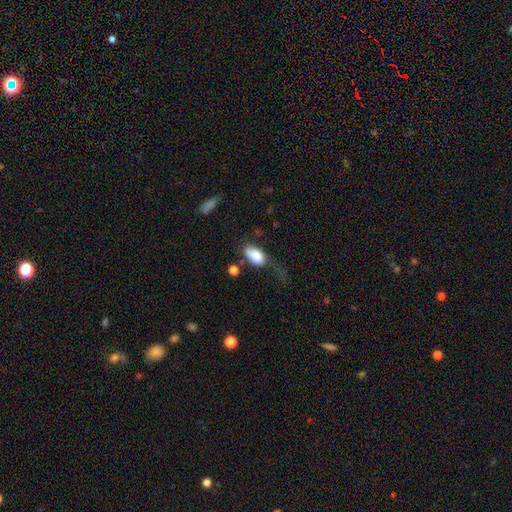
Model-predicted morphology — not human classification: Overall: smooth (81%). How rounded: in between (91%). Merging: none (37%; minor disturbance 27%).